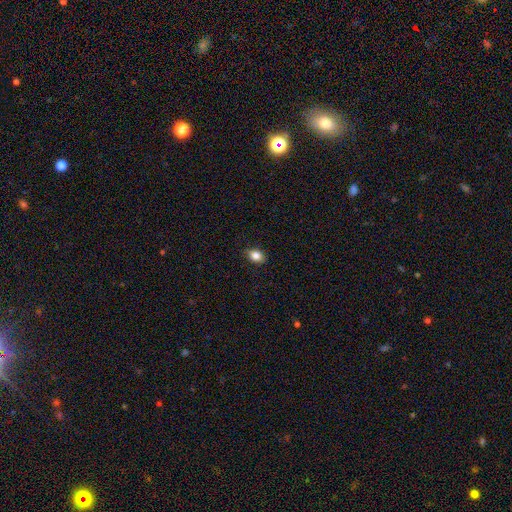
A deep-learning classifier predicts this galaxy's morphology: This is clearly a smooth galaxy (83%). How rounded: likely in between (73%). Merging: clearly none (85%).